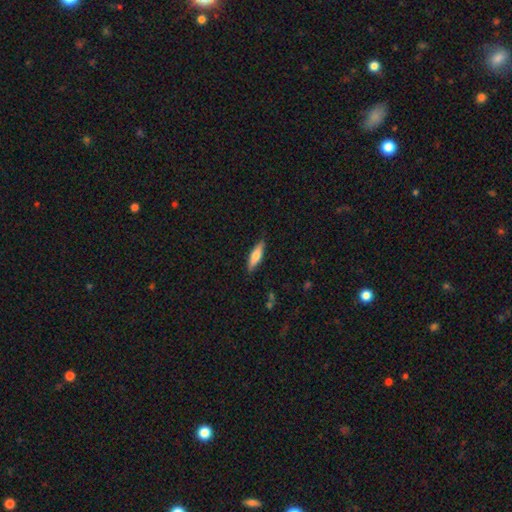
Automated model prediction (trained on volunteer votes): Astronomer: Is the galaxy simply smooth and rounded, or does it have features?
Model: smooth — 64%.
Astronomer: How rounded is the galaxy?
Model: cigar-shaped — 64%.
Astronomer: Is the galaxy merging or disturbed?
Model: none — 87%.